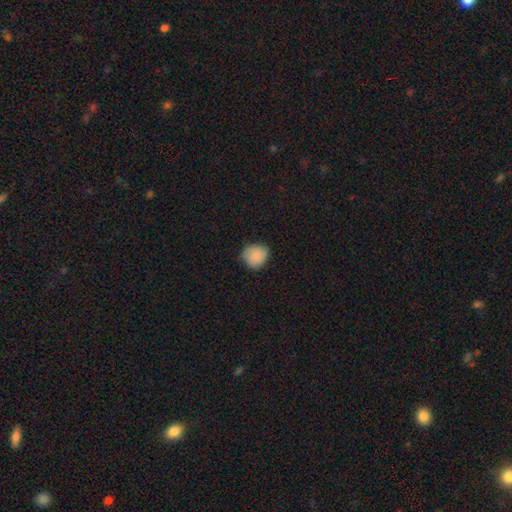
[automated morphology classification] Smooth or featured: smooth — 86% (star or artifact — 8%)
How rounded: round — 82% (in between — 17%)
Merging: none — 74% (minor disturbance — 22%)